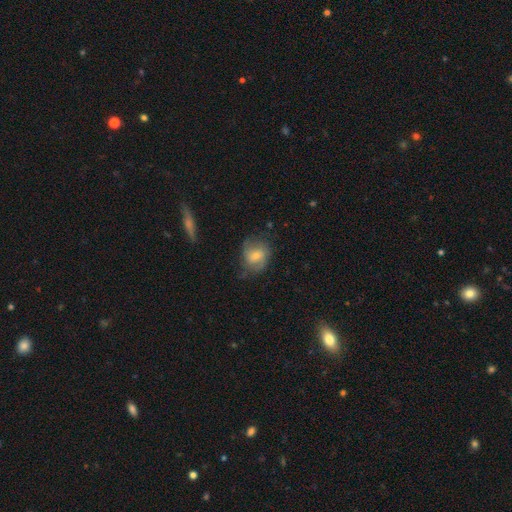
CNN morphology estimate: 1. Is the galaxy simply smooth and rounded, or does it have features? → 50% smooth, 42% featured or disk, 8% star or artifact.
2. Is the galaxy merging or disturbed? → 56% none, 28% minor disturbance, 15% major disturbance, 2% merger.